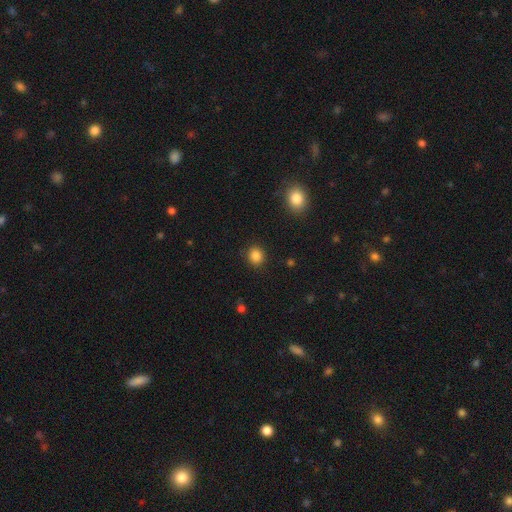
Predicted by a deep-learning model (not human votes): Overall: smooth (85%). How rounded: round (81%). Merging: none (90%).